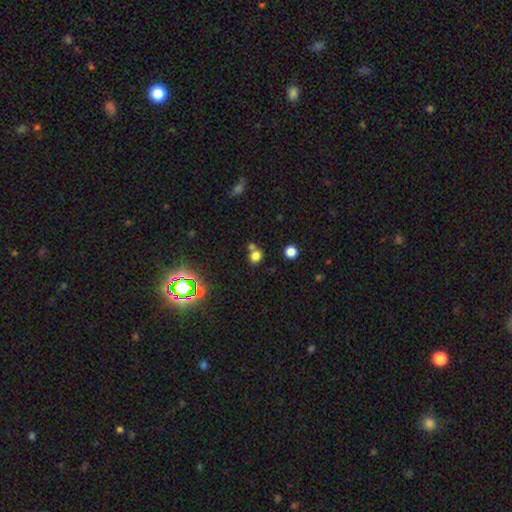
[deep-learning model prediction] The model was most divided on "merging": none: 58%, merger: 28%, minor disturbance: 10%, major disturbance: 4%. More confident: smooth or featured — smooth (74%); how rounded — round (70%).